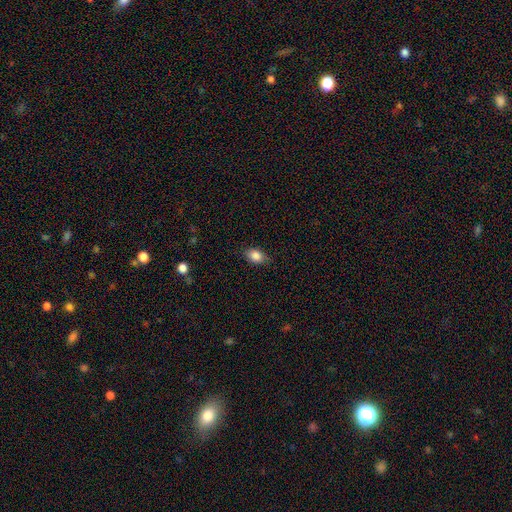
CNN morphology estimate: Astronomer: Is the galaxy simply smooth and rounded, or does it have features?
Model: smooth — 85%.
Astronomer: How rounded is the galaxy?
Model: in between — 79%.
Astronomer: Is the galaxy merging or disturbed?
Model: none — 81%.